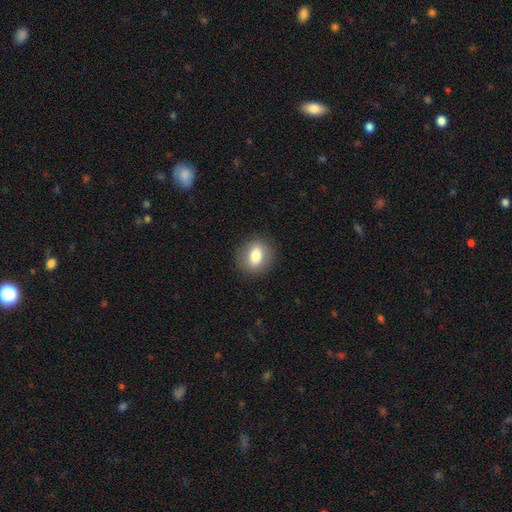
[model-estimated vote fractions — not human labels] A smooth galaxy with no disk features (78%) that is round (51%).

Vote fractions:
- Smooth or featured? smooth: 78% / featured or disk: 14% / star or artifact: 8%
- How rounded? round: 51% / in between: 47% / cigar-shaped: 2%
- Merging? none: 87% / minor disturbance: 9% / major disturbance: 3% / merger: 1%